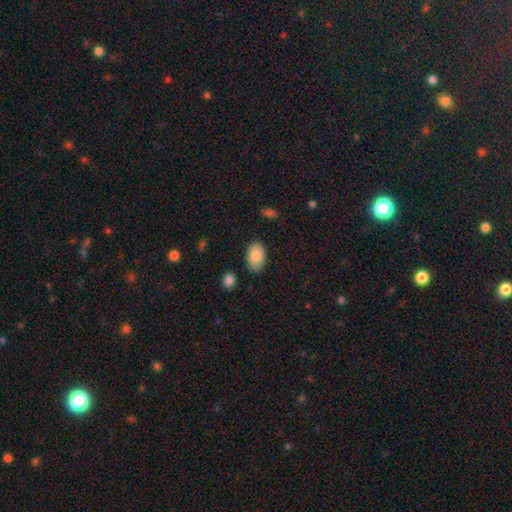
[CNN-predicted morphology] This is clearly a smooth galaxy (87%). How rounded: clearly in between (92%). Merging: clearly none (85%).